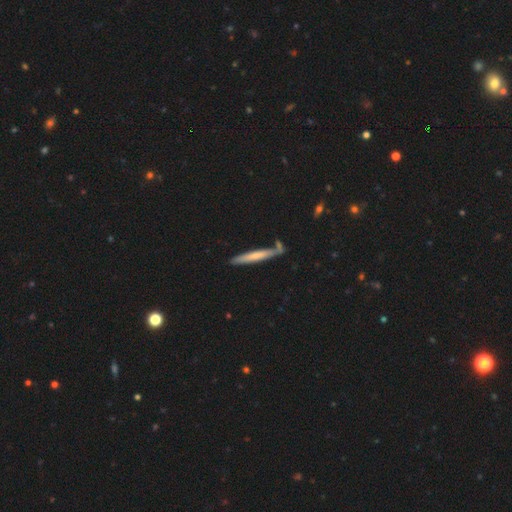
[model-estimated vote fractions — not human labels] A smooth galaxy with no disk features (59%) that is cigar-shaped (95%).

Vote fractions:
- Smooth or featured? smooth: 59% / featured or disk: 36% / star or artifact: 5%
- How rounded? cigar-shaped: 95% / in between: 4% / round: 1%
- Merging? none: 74% / minor disturbance: 13% / merger: 10% / major disturbance: 3%